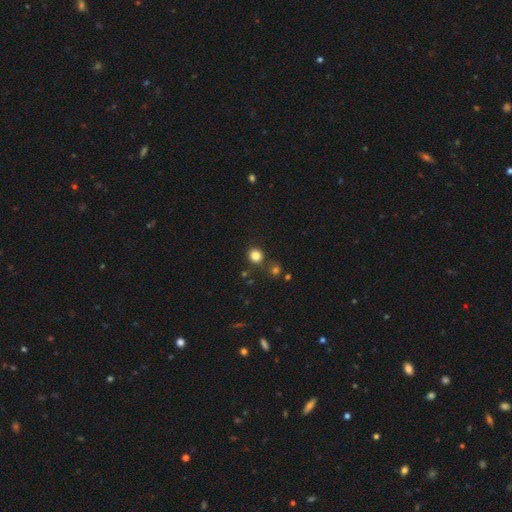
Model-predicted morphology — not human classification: Smooth or featured? smooth (83%)
How rounded? round (86%)
Merging? none (81%)